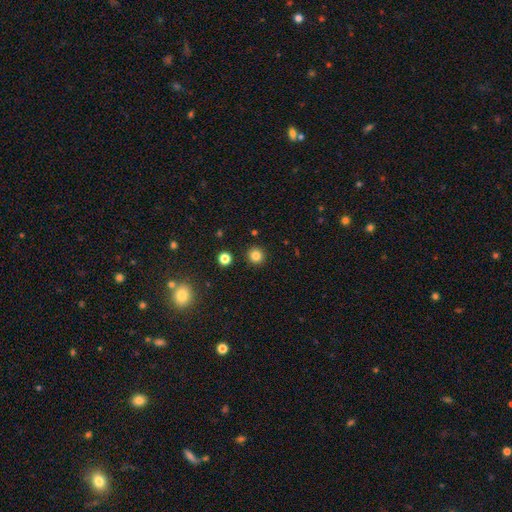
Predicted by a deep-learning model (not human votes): A smooth galaxy with no disk features (82%) that is round (94%). Merging: none (91%).